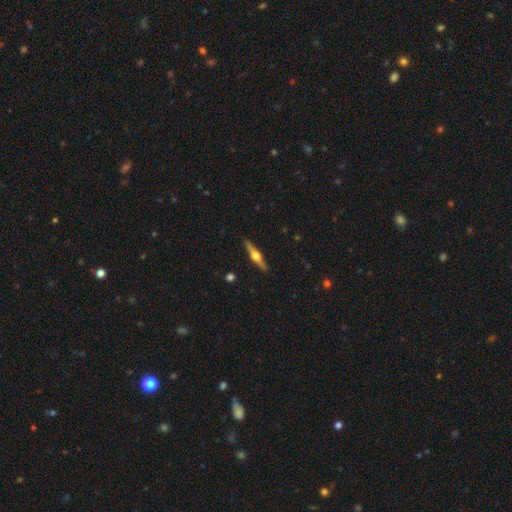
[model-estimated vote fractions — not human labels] Smooth or featured?
  - featured or disk: 77% *
  - smooth: 18%
  - star or artifact: 5%
Edge-on disk?
  - yes: 98% *
  - no: 2%
Edge-on bulge?
  - rounded: 96% *
  - boxy: 3%
  - none: 2%
Merging?
  - none: 91% *
  - minor disturbance: 6%
  - major disturbance: 1%
  - merger: 1%